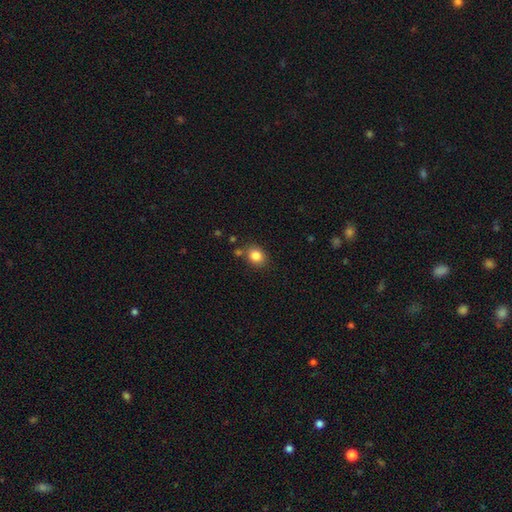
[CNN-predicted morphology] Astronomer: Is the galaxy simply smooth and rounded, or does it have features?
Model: smooth — 84%.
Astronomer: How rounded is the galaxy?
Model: round — 60% (runner-up: in between, 40%).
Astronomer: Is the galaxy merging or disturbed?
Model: none — 77%.